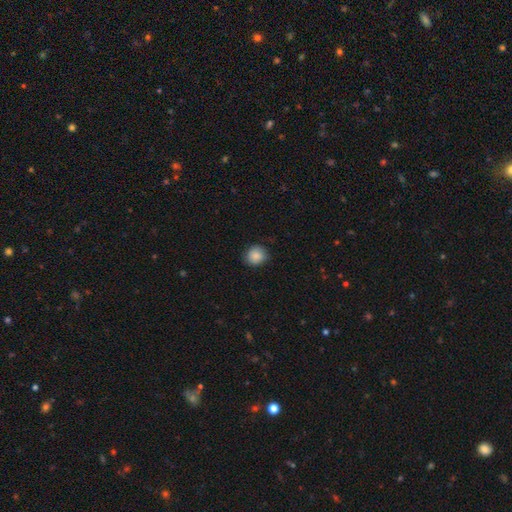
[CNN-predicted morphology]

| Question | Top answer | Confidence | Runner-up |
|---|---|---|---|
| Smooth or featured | smooth | 87% | star or artifact (8%) |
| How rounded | round | 79% | in between (20%) |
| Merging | none | 83% | minor disturbance (14%) |